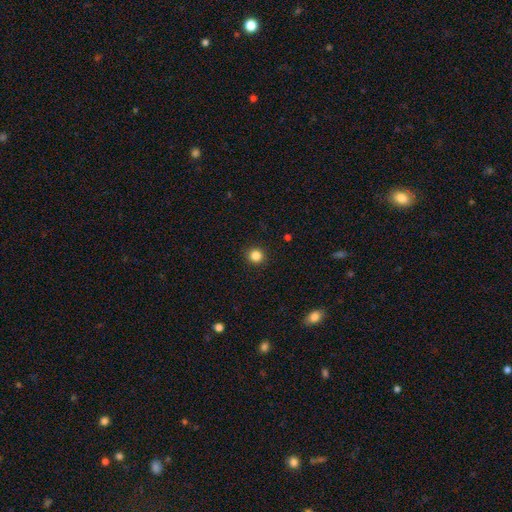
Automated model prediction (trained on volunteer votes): Smooth or featured? smooth (84%)
How rounded? round (93%)
Merging? none (92%)